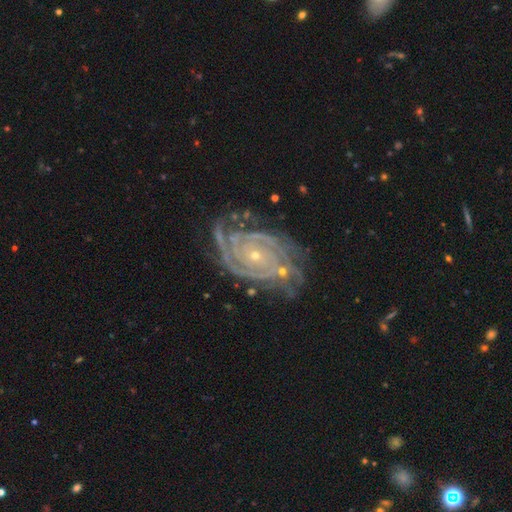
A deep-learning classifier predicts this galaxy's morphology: A featured or disk galaxy (91%) with no bar (74%), 3 (23%) tight (79%) spiral arms (98%) and a small central bulge (80%).

Vote fractions:
- Smooth or featured? featured or disk: 91% / star or artifact: 6% / smooth: 3%
- Edge-on disk? no: 97% / yes: 3%
- Bar? no: 74% / weak: 17% / strong: 8%
- Spiral arms? yes: 98% / no: 2%
- Spiral winding? tight: 79% / medium: 18% / loose: 3%
- Spiral arm count? 3: 23% / 4: 22% / 2: 20% / can't tell: 17% / more than 4: 11% / 1: 7%
- Bulge size? small: 80% / moderate: 17% / none: 1% / large: 1% / dominant: 1%
- Merging? none: 66% / minor disturbance: 22% / major disturbance: 9% / merger: 4%